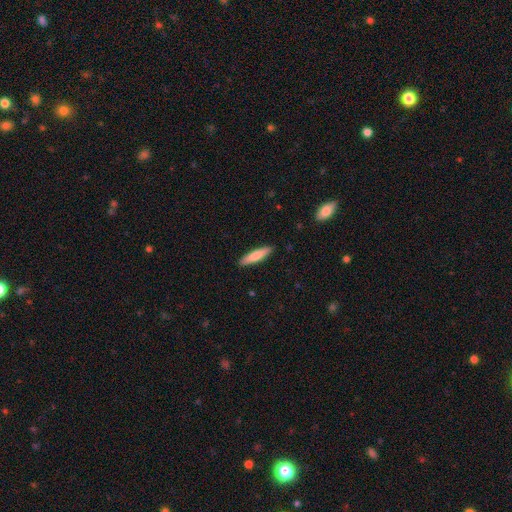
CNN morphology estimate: This is likely a smooth galaxy (78%). How rounded: clearly cigar-shaped (82%). Merging: clearly none (90%).